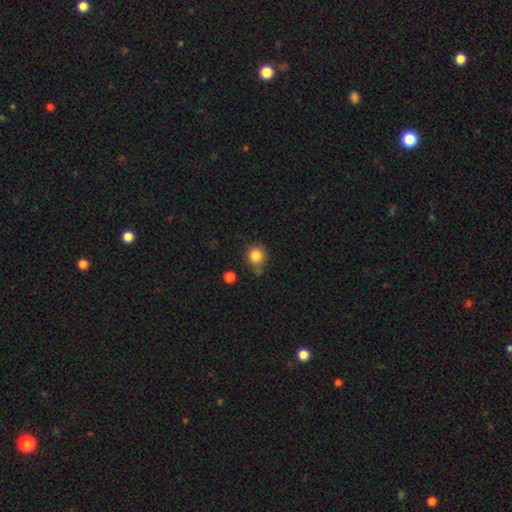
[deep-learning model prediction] Smooth or featured? smooth (84%)
How rounded? round (91%)
Merging? none (69%)